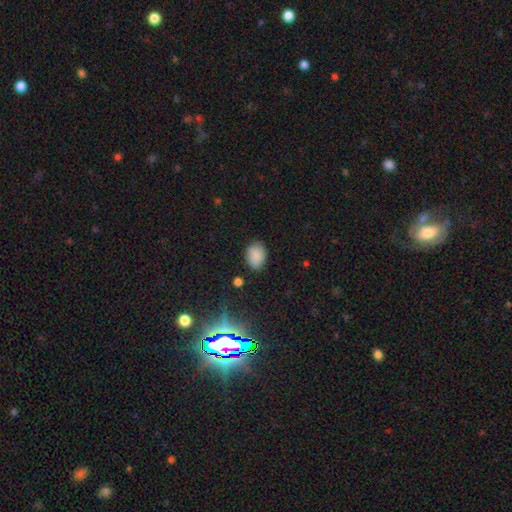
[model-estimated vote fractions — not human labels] smooth 84%, star or artifact 10%, featured or disk 6%. Down the decision tree: how rounded — in between (71%); merging — none (76%).